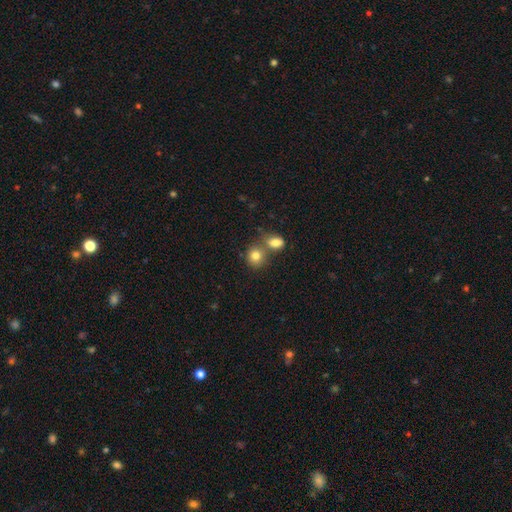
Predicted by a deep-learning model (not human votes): A smooth galaxy with no disk features (80%) that is round (73%). Merging: none (48%).